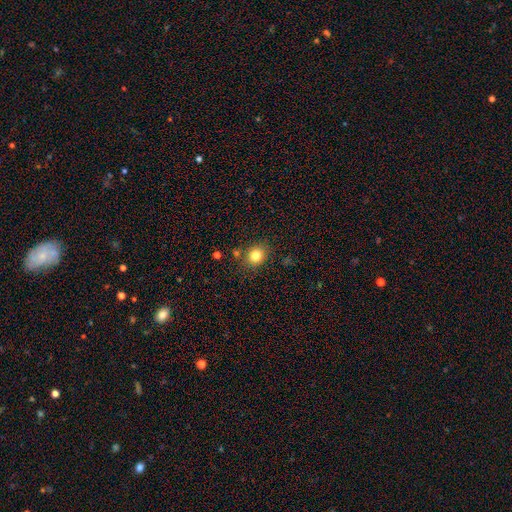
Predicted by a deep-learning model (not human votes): smooth_or_featured: smooth (p=0.82) [alt: star or artifact p=0.12]
how_rounded: round (p=0.71) [alt: in between p=0.29]
merging: none (p=0.81) [alt: minor disturbance p=0.11]